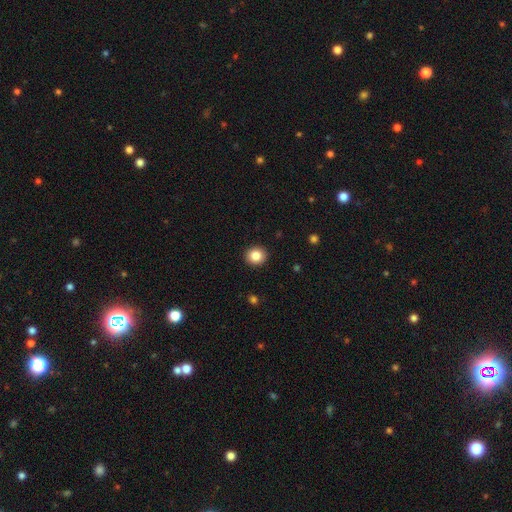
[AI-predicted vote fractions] Overall: smooth (85%). How rounded: round (87%). Merging: none (92%).